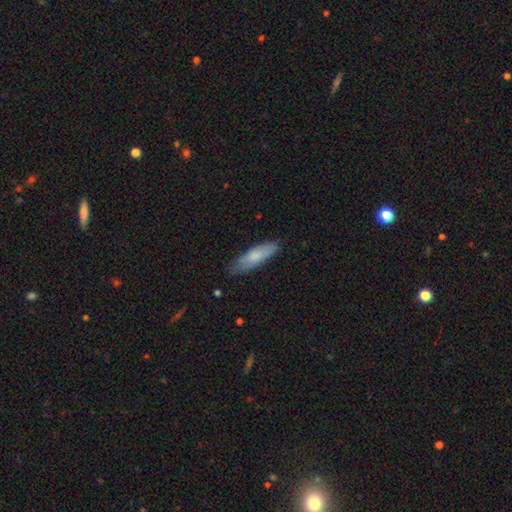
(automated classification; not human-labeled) A smooth galaxy with no disk features (75%) that is cigar-shaped (64%). Merging: none (75%).